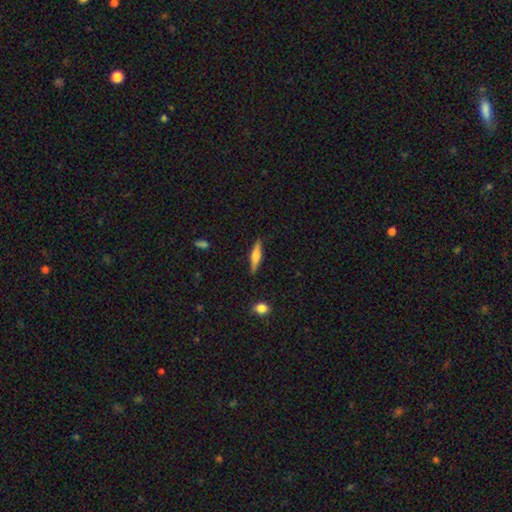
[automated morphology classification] This appears to be a featured or disk galaxy (51%) viewed edge-on (96%). Merging: none (88%).